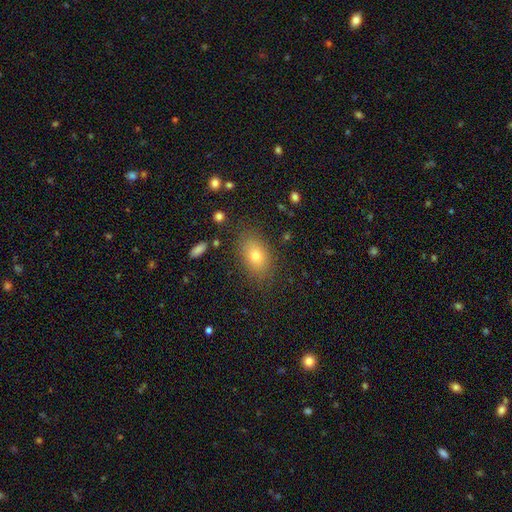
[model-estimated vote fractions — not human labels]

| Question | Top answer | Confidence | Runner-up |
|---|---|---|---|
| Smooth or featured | smooth | 75% | featured or disk (13%) |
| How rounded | in between | 84% | round (14%) |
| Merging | none | 84% | minor disturbance (11%) |